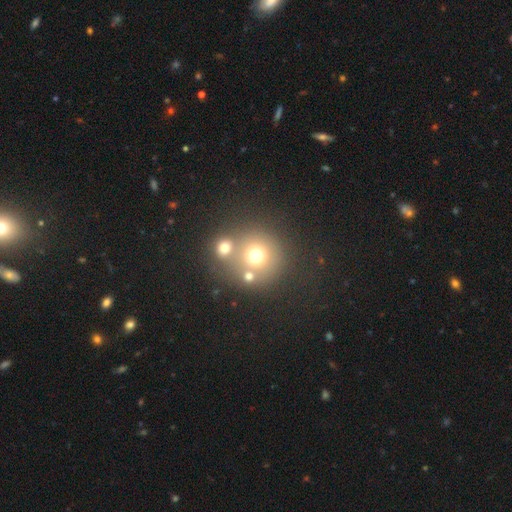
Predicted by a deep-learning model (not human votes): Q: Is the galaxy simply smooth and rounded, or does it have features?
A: smooth — 67%.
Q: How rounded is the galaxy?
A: round — 91%.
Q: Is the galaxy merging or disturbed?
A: none — 53%.